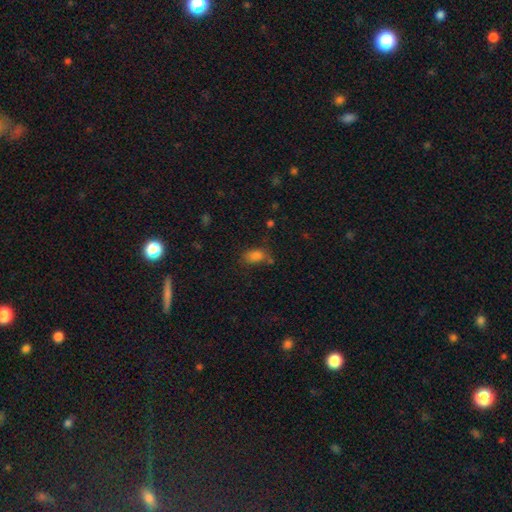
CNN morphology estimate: This appears to be a smooth galaxy with no disk features (78%) that is in between round and cigar-shaped (85%). Merging: none (56%).